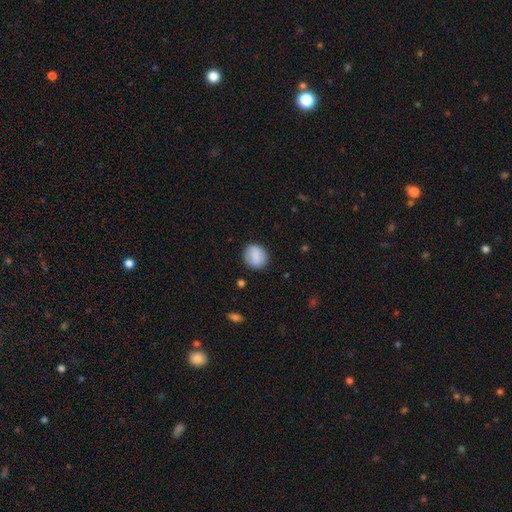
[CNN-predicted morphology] A smooth galaxy with no disk features (83%) that is round (76%). Merging: none (85%).